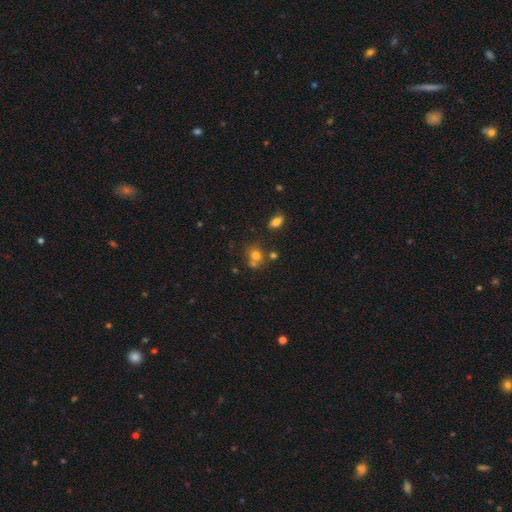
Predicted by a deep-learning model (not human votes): The model was most divided on "merging": none: 53%, merger: 31%, minor disturbance: 12%, major disturbance: 5%. More confident: how rounded — round (76%); smooth or featured — smooth (72%).